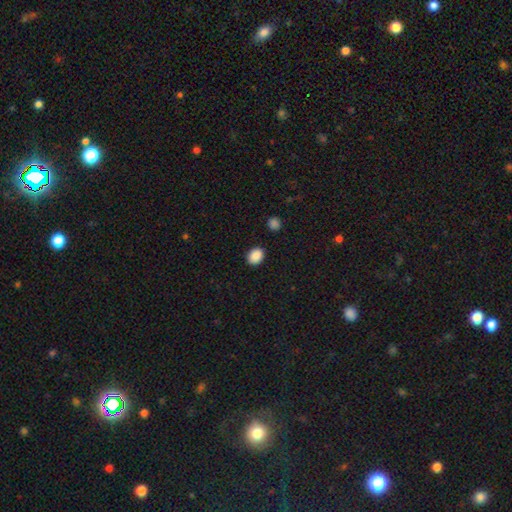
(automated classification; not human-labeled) Smooth or featured? smooth (89%)
How rounded? in between (59%)
Merging? none (89%)